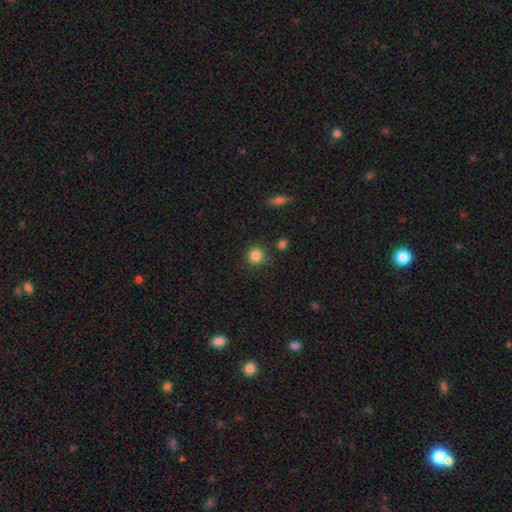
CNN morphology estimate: Smooth or featured: smooth — 85% (star or artifact — 11%)
How rounded: round — 90% (in between — 9%)
Merging: none — 84% (minor disturbance — 10%)